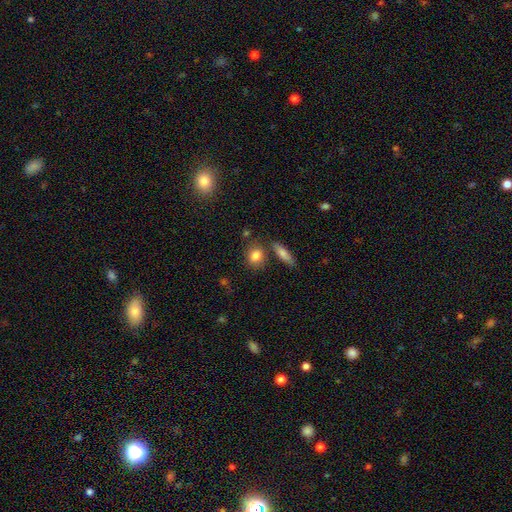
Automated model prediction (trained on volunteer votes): Smooth or featured?
  - smooth: 83% *
  - featured or disk: 9%
  - star or artifact: 8%
How rounded?
  - round: 54% *
  - in between: 42%
  - cigar-shaped: 4%
Merging?
  - none: 72% *
  - minor disturbance: 13%
  - merger: 11%
  - major disturbance: 4%